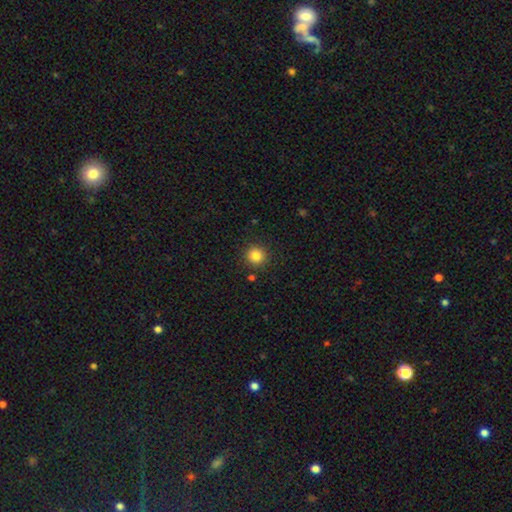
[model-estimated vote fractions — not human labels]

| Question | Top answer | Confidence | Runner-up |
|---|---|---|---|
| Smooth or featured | smooth | 84% | star or artifact (12%) |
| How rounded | round | 94% | in between (5%) |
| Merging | none | 90% | minor disturbance (6%) |